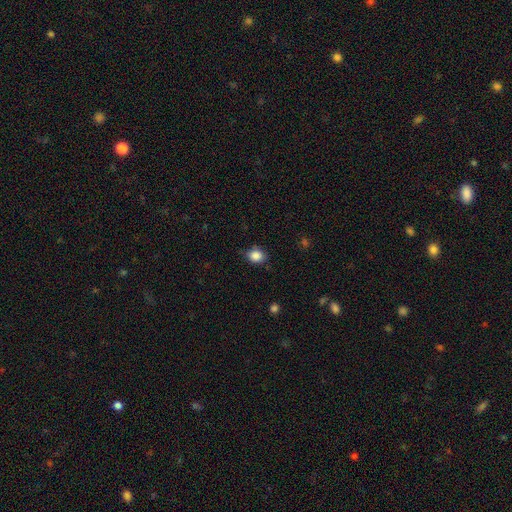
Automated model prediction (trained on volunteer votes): This is clearly a smooth galaxy (86%). How rounded: possibly round (58%). Merging: likely none (76%).